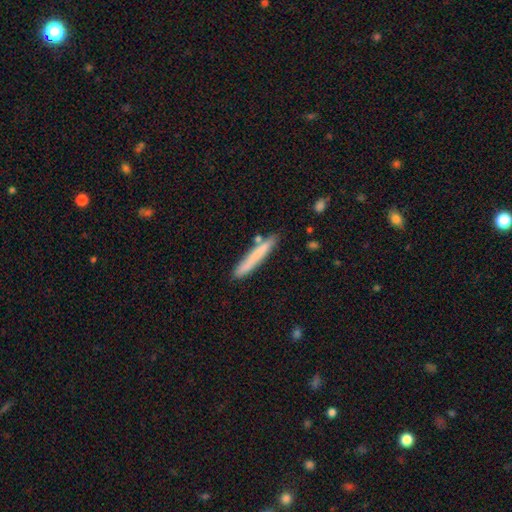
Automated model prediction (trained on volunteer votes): The model was most divided on "smooth or featured": smooth: 72%, featured or disk: 21%, star or artifact: 6%. More confident: how rounded — cigar-shaped (95%); merging — none (83%).